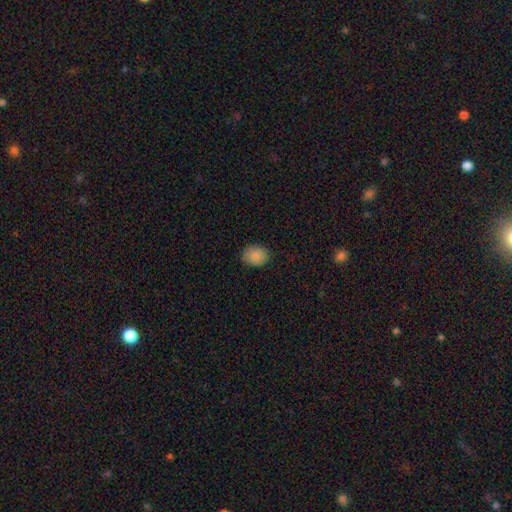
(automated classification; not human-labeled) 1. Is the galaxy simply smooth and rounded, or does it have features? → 87% smooth, 8% star or artifact, 5% featured or disk.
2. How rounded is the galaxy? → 50% round, 49% in between, 1% cigar-shaped.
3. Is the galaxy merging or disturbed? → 84% none, 13% minor disturbance, 2% major disturbance, 1% merger.